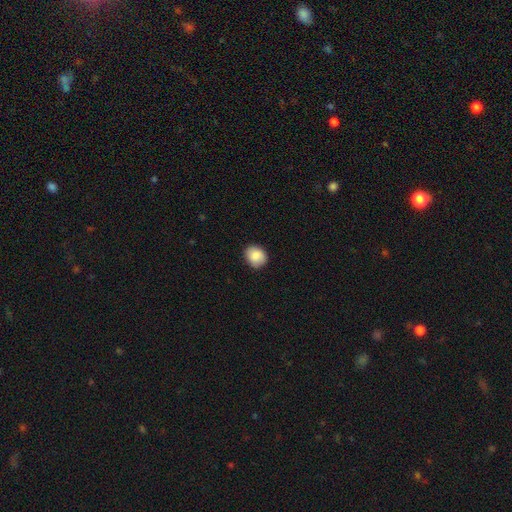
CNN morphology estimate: type=smooth (87%); roundness=round (66%); merging=none (86%).